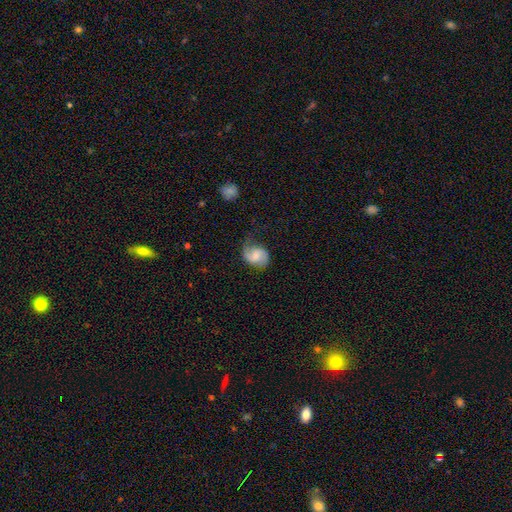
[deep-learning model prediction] Smooth or featured?
  - featured or disk: 62% *
  - smooth: 31%
  - star or artifact: 7%
Edge-on disk?
  - no: 98% *
  - yes: 2%
Bar?
  - weak: 48% *
  - no: 41%
  - strong: 11%
Spiral arms?
  - yes: 93% *
  - no: 7%
Spiral winding?
  - medium: 45% *
  - loose: 38%
  - tight: 17%
Spiral arm count?
  - 2: 87% *
  - can't tell: 5%
  - 1: 5%
  - 3: 1%
  - 4: 1%
  - more than 4: 1%
Bulge size?
  - moderate: 42% *
  - small: 32%
  - none: 16%
  - large: 8%
  - dominant: 2%
Merging?
  - none: 66% *
  - minor disturbance: 24%
  - major disturbance: 9%
  - merger: 2%